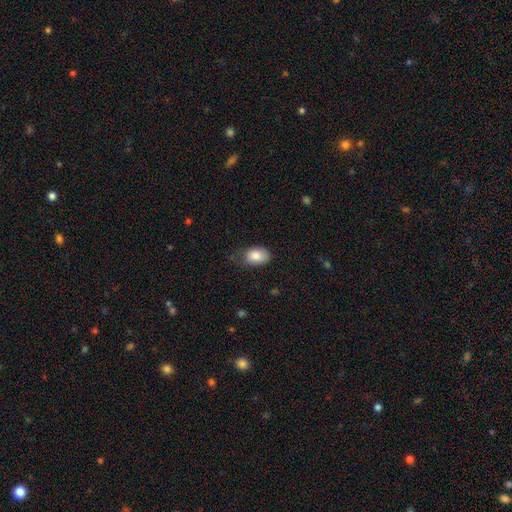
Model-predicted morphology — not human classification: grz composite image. It shows a smooth galaxy with no disk features (84%) that is in between round and cigar-shaped (86%). Merging: none (61%).